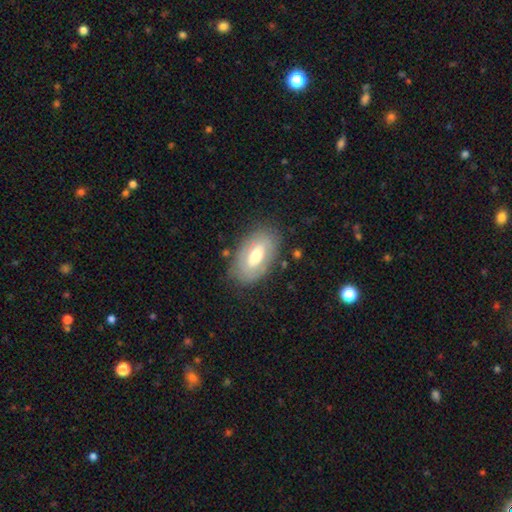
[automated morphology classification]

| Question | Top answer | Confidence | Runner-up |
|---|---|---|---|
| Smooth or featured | smooth | 47% | featured or disk (46%) |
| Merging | none | 79% | minor disturbance (14%) |